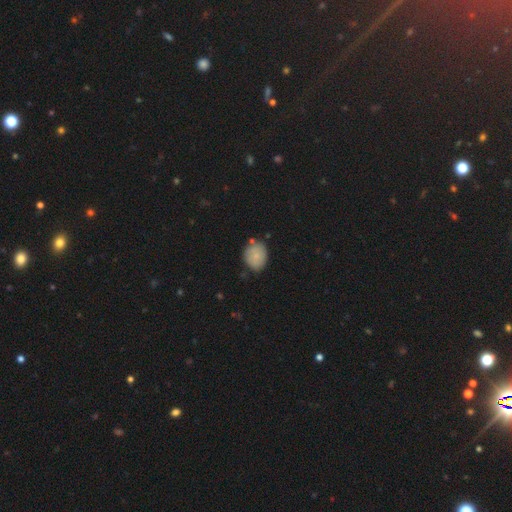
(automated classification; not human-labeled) Smooth or featured?
  - smooth: 80% *
  - featured or disk: 12%
  - star or artifact: 8%
How rounded?
  - round: 52% *
  - in between: 47%
  - cigar-shaped: 1%
Merging?
  - none: 72% *
  - minor disturbance: 19%
  - merger: 5%
  - major disturbance: 4%